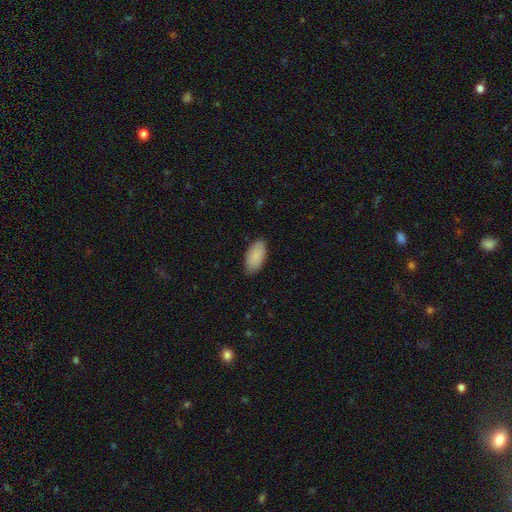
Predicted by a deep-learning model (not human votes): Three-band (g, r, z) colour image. It shows a smooth galaxy with no disk features (88%) that is in between round and cigar-shaped (95%). Merging: none (84%).